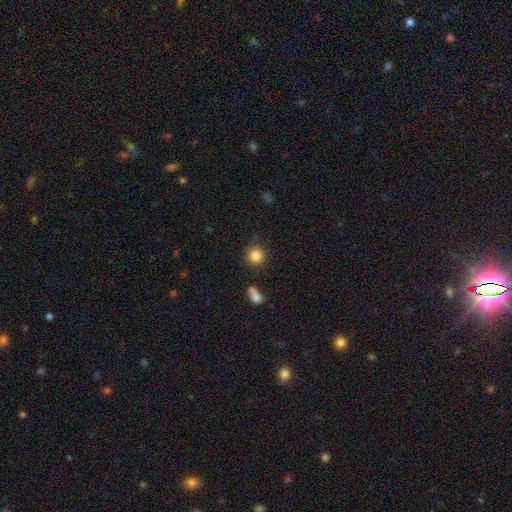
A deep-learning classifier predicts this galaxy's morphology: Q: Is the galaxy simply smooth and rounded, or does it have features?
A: smooth — 84%.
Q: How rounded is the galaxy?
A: round — 92%.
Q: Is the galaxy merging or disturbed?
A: none — 84%.